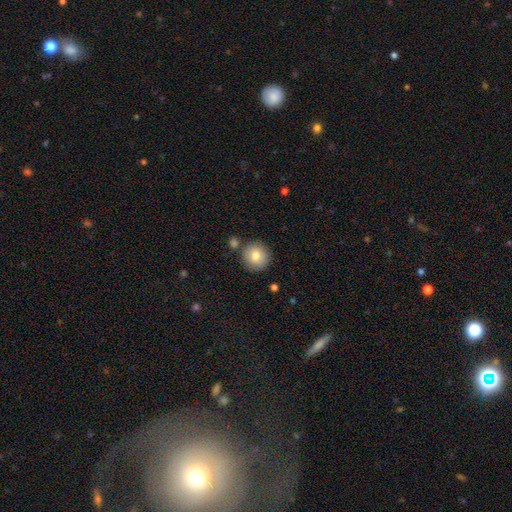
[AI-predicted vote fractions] A smooth galaxy with no disk features (81%) that is round (93%). Merging: none (81%).